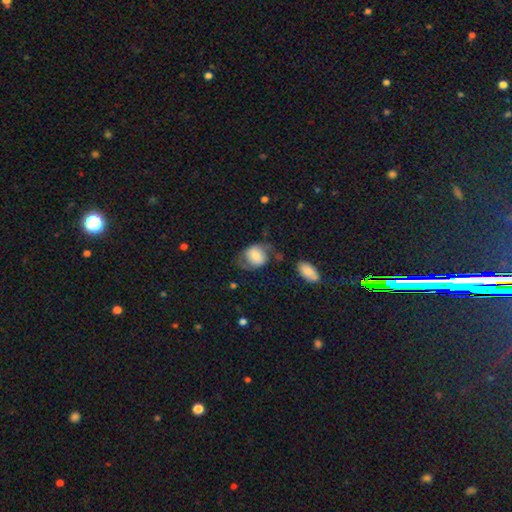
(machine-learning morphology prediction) smooth 62%, featured or disk 31%, star or artifact 7%. Down the decision tree: how rounded — round (56%); merging — none (51%).